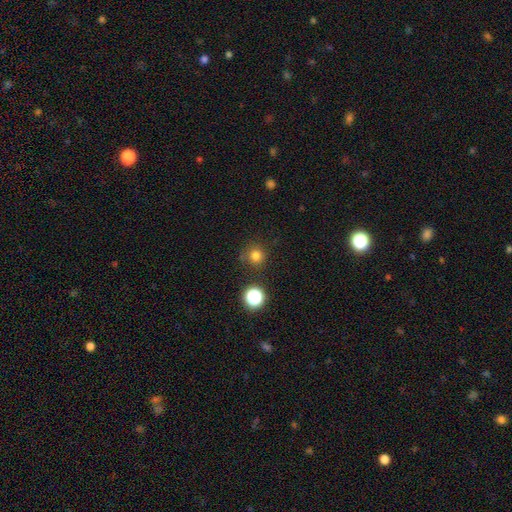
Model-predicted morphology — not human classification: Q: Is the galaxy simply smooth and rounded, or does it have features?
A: smooth — 78%.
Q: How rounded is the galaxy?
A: round — 94%.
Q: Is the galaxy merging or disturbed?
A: none — 82%.